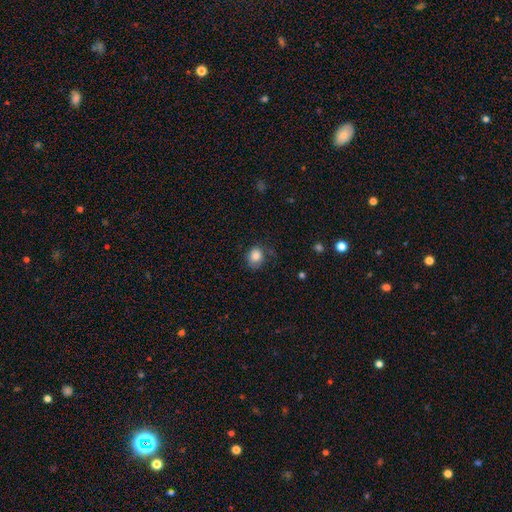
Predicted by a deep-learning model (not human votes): This appears to be a smooth galaxy with no disk features (84%) that is round (69%). Merging: none (66%).